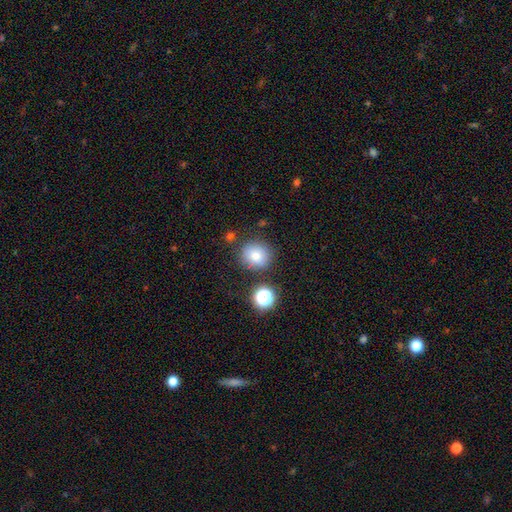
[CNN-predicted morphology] This is likely a smooth galaxy (76%). How rounded: clearly round (86%). Merging: clearly none (80%).